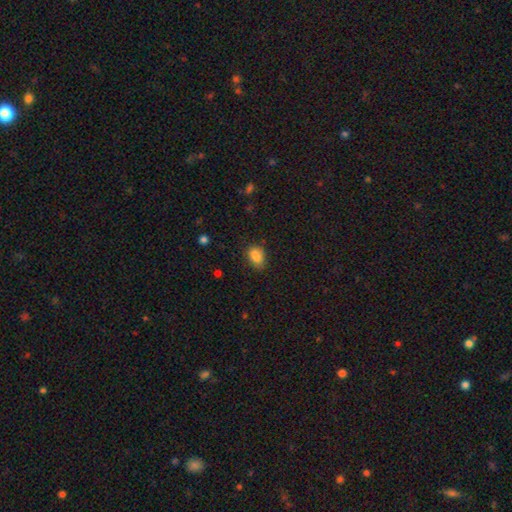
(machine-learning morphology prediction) smooth-or-featured: smooth: 84% | star or artifact: 10% | featured or disk: 6%
  how-rounded: in between: 76% | round: 22% | cigar-shaped: 1%
  merging: none: 71% | minor disturbance: 22% | major disturbance: 5% | merger: 3%